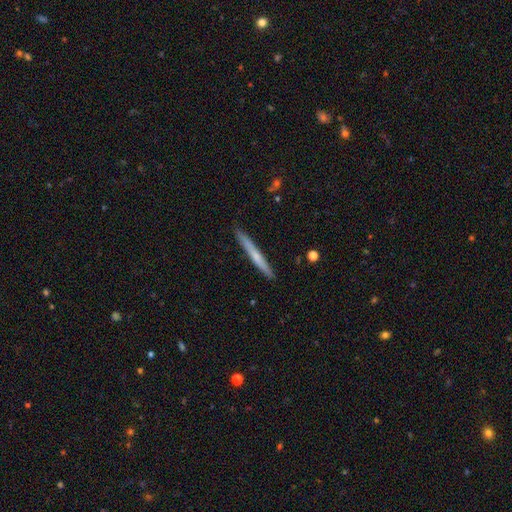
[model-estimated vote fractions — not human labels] smooth 50%, featured or disk 44%, star or artifact 6%. Down the decision tree: merging — none (91%).